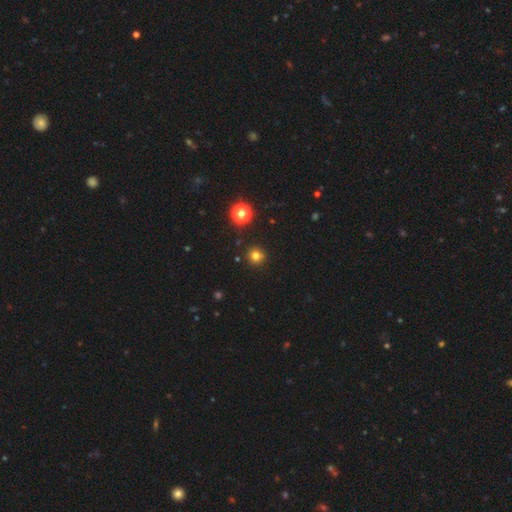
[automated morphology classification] smooth-or-featured: smooth: 76% | star or artifact: 18% | featured or disk: 6%
  how-rounded: round: 93% | in between: 6% | cigar-shaped: 1%
  merging: none: 88% | minor disturbance: 7% | merger: 3% | major disturbance: 2%